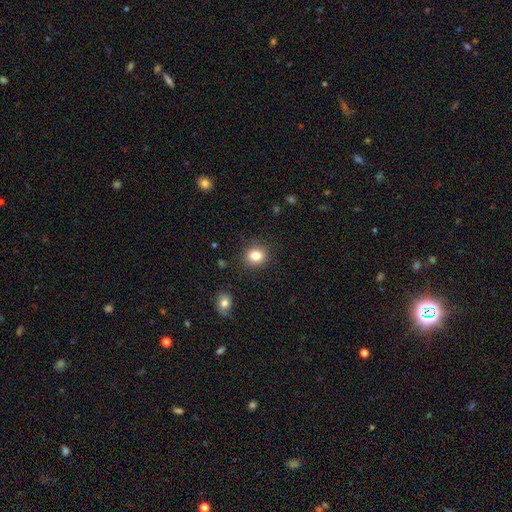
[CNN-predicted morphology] smooth 83%, star or artifact 11%, featured or disk 6%. Down the decision tree: how rounded — round (75%); merging — none (88%).